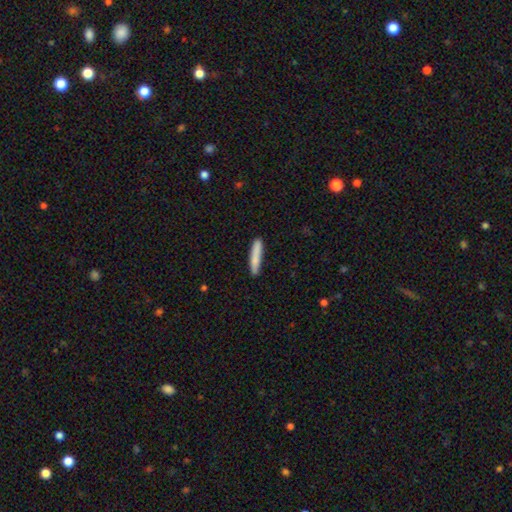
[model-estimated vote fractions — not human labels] The model was most divided on "smooth or featured": smooth: 81%, featured or disk: 13%, star or artifact: 6%. More confident: how rounded — cigar-shaped (91%); merging — none (86%).